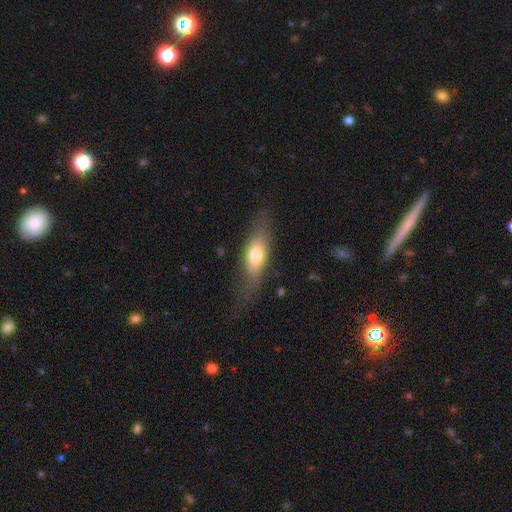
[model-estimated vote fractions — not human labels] smooth-or-featured: smooth: 68% | featured or disk: 25% | star or artifact: 7%
  how-rounded: in between: 70% | cigar-shaped: 26% | round: 5%
  merging: none: 66% | minor disturbance: 21% | major disturbance: 12% | merger: 2%